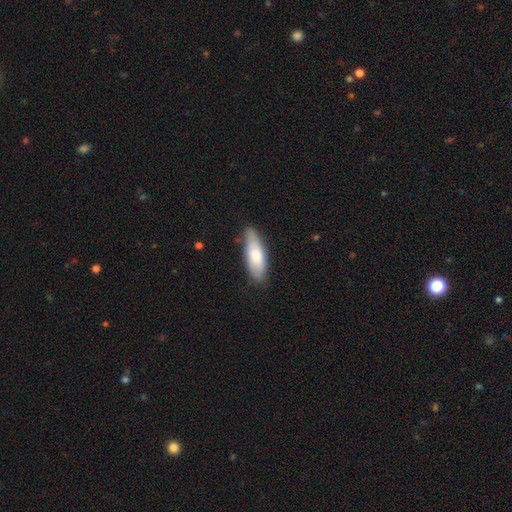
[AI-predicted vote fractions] This is likely a smooth galaxy (74%). How rounded: possibly in between (58%). Merging: likely none (73%).